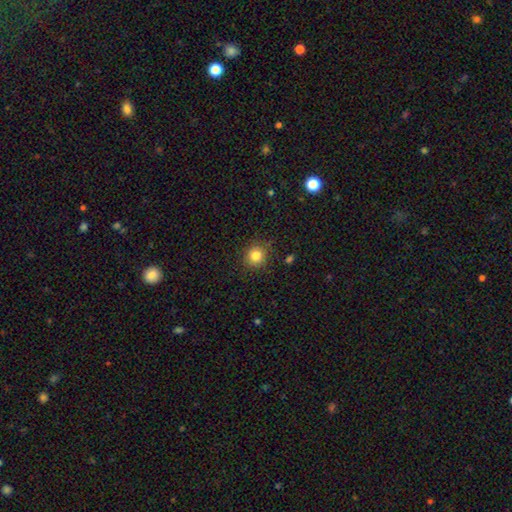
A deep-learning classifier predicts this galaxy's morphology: The model was most divided on "smooth or featured": smooth: 83%, star or artifact: 12%, featured or disk: 5%. More confident: how rounded — round (90%); merging — none (87%).